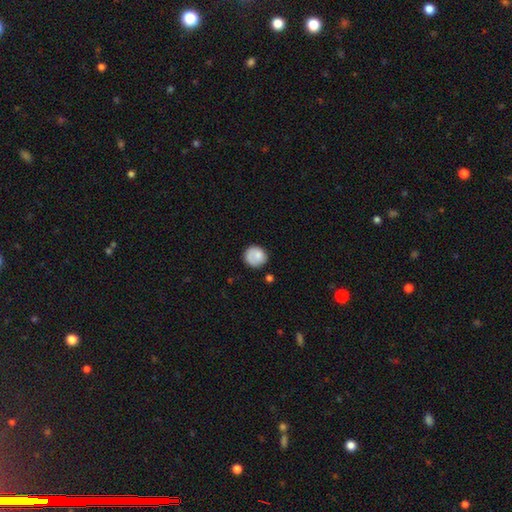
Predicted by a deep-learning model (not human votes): Morphology: type=smooth (77%); roundness=round (86%); merging=none (71%).